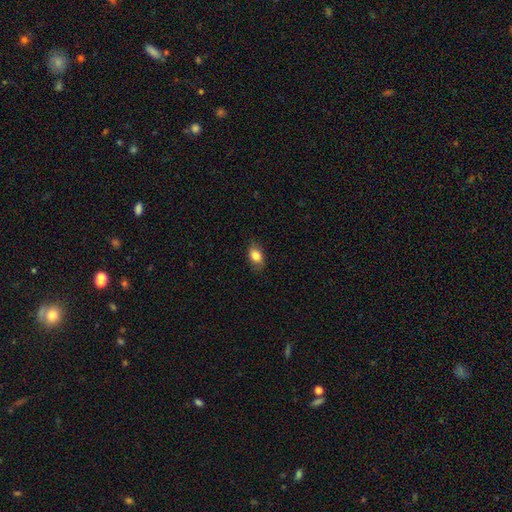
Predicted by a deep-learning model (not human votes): smooth_or_featured: smooth (p=0.82) [alt: featured or disk p=0.10]
how_rounded: in between (p=0.83) [alt: round p=0.15]
merging: none (p=0.81) [alt: minor disturbance p=0.15]